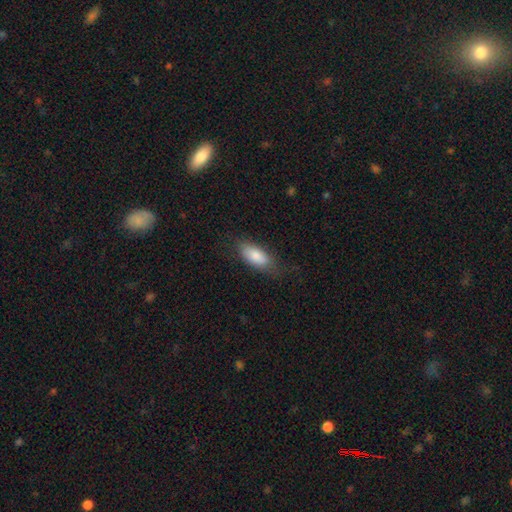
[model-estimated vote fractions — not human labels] Morphology: type=smooth (80%); roundness=in between (81%); merging=none (72%).